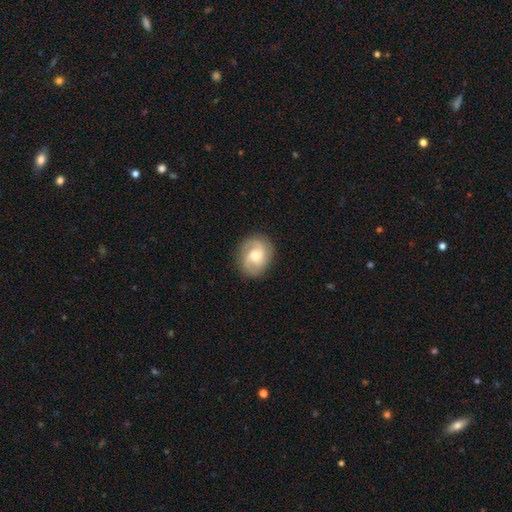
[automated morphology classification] smooth-or-featured: featured or disk: 79% | smooth: 16% | star or artifact: 5%
  disk-edge-on: no: 98% | yes: 2%
    bar: no: 55% | weak: 38% | strong: 6%
    has-spiral-arms: yes: 96% | no: 4%
      spiral-winding: medium: 49% | tight: 32% | loose: 18%
      spiral-arm-count: 2: 57% | 3: 25% | can't tell: 8% | 1: 4% | 4: 3% | more than 4: 3%
    bulge-size: moderate: 54% | small: 34% | large: 8% | none: 3% | dominant: 1%
  merging: none: 82% | minor disturbance: 12% | major disturbance: 4% | merger: 1%